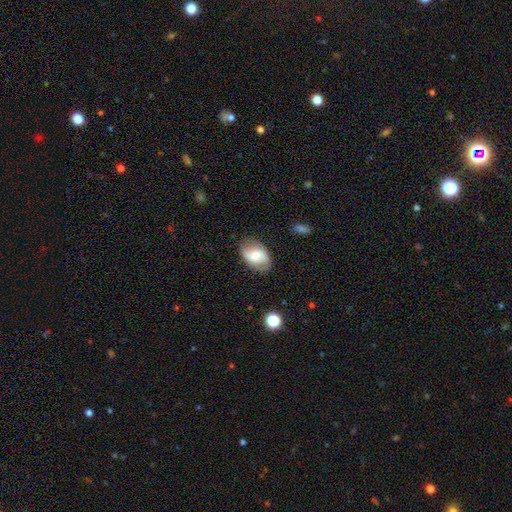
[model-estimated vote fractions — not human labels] Q: Smooth or featured?
A: smooth (50%); runner-up: featured or disk (42%)
Q: How rounded?
A: in between (86%); runner-up: round (12%)
Q: Merging?
A: none (74%); runner-up: minor disturbance (19%)